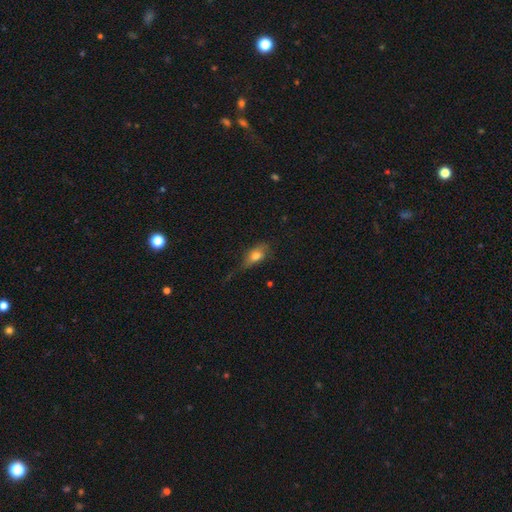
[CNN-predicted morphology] Smooth or featured? Predicted: smooth (p=0.72). How rounded? Predicted: in between (p=0.81). Merging? Predicted: none (p=0.45).